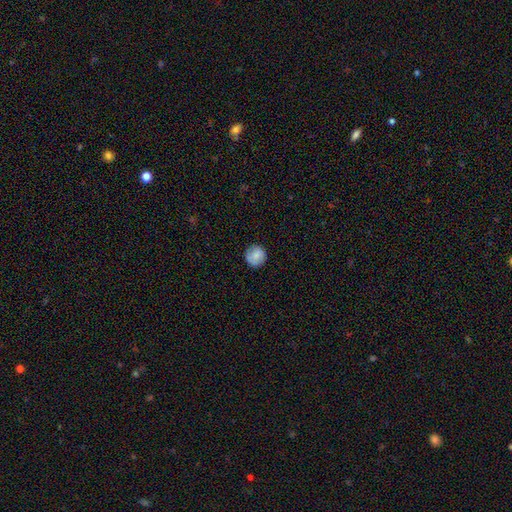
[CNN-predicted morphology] A smooth galaxy with no disk features (81%) that is round (93%). Merging: none (86%).